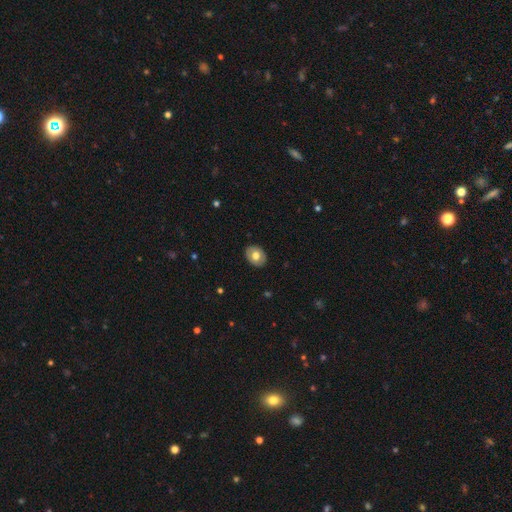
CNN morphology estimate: type=smooth (66%); roundness=in between (58%); merging=none (88%).